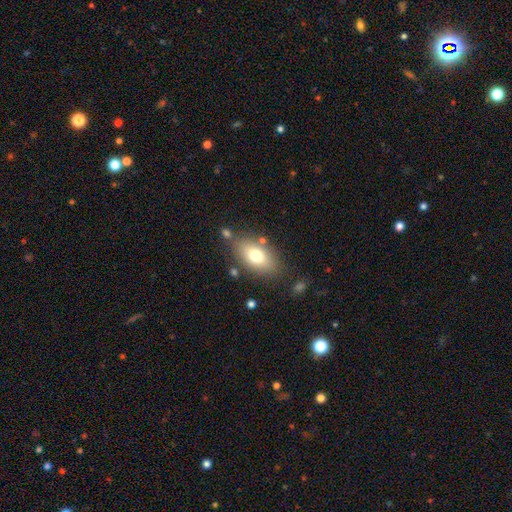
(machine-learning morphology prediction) type=smooth (74%); roundness=in between (89%); merging=none (76%).